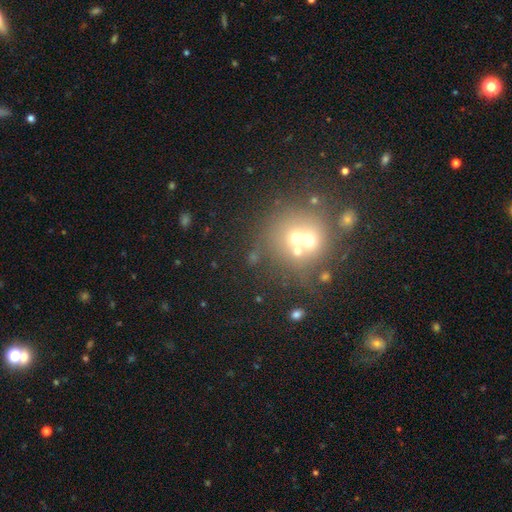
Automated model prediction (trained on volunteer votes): The model was most divided on "smooth or featured": smooth: 42%, star or artifact: 41%, featured or disk: 17%. More confident: merging — none (54%).